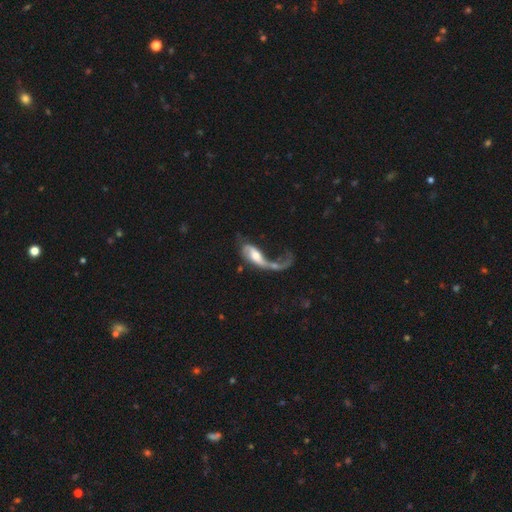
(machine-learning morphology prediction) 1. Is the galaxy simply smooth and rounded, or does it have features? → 64% featured or disk, 29% smooth, 7% star or artifact.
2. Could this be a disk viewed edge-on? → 88% no, 12% yes.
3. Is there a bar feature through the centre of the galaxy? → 49% no, 34% weak, 17% strong.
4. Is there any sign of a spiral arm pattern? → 76% yes, 24% no.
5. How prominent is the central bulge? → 54% moderate, 22% small, 16% large, 6% none, 3% dominant.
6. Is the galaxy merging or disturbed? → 52% major disturbance, 22% merger, 16% none, 10% minor disturbance.